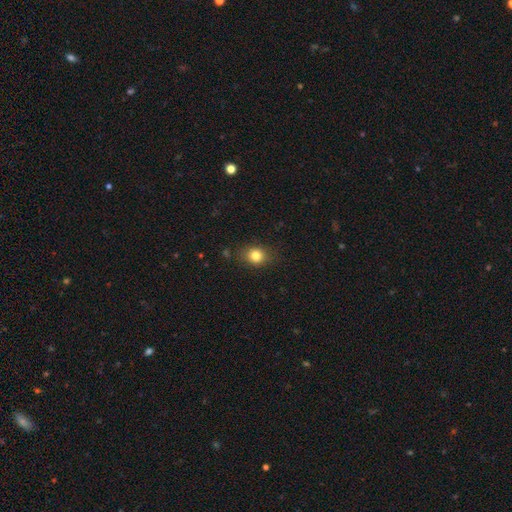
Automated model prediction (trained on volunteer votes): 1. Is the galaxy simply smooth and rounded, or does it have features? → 82% smooth, 11% star or artifact, 7% featured or disk.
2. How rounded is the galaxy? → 63% round, 36% in between, 1% cigar-shaped.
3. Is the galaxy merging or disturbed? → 82% none, 13% minor disturbance, 3% major disturbance, 1% merger.